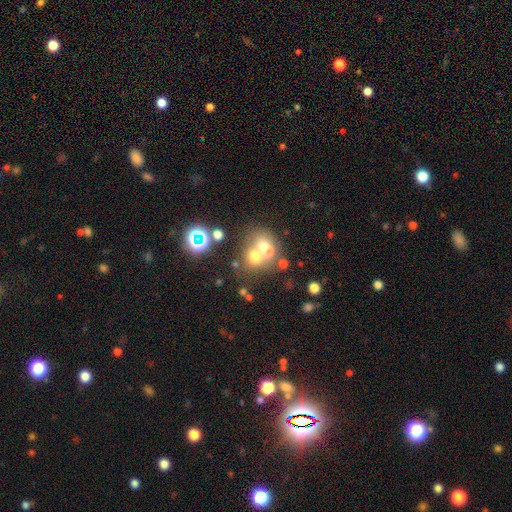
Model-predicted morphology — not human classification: A smooth galaxy with no disk features (56%) that is round (59%). Merging: merger (57%).